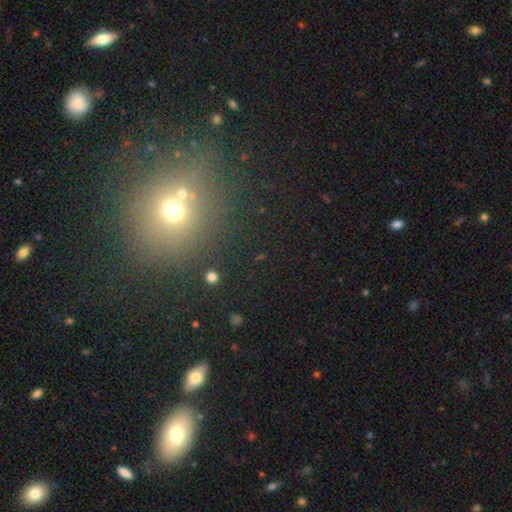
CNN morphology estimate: Smooth or featured? Predicted: smooth (p=0.45). Merging? Predicted: none (p=0.67).